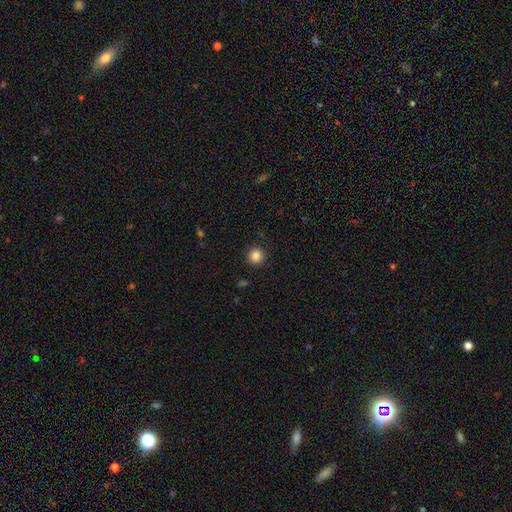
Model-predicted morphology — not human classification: Smooth or featured? smooth (86%)
How rounded? round (93%)
Merging? none (91%)